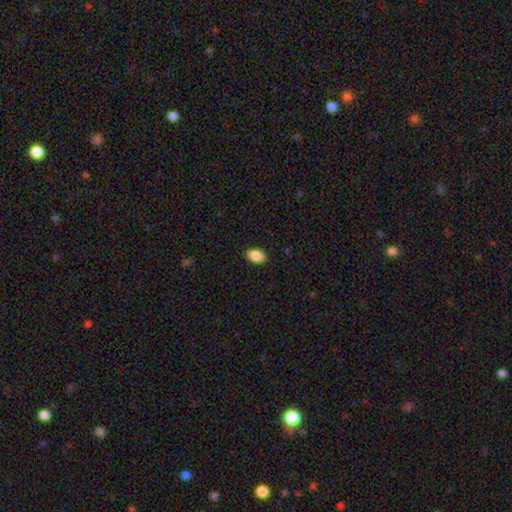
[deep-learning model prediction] This appears to be a smooth galaxy with no disk features (88%) that is in between round and cigar-shaped (91%). Merging: none (88%).